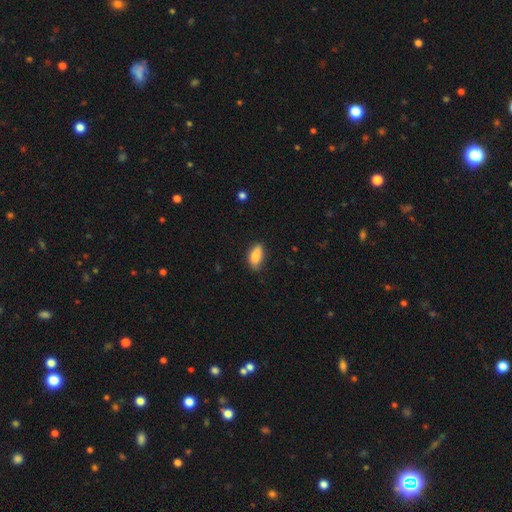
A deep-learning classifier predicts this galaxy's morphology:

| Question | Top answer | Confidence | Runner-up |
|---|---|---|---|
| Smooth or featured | smooth | 84% | featured or disk (9%) |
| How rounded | in between | 90% | cigar-shaped (6%) |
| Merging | none | 78% | minor disturbance (18%) |